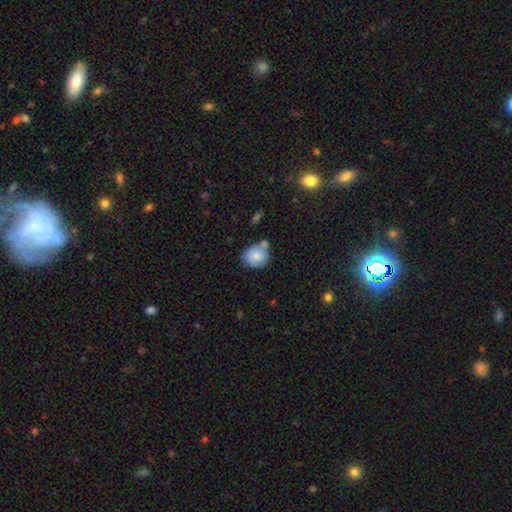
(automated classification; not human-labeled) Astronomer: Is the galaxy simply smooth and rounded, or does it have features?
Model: smooth — 81%.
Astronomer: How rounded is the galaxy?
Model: round — 64%.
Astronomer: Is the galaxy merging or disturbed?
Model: none — 53%.